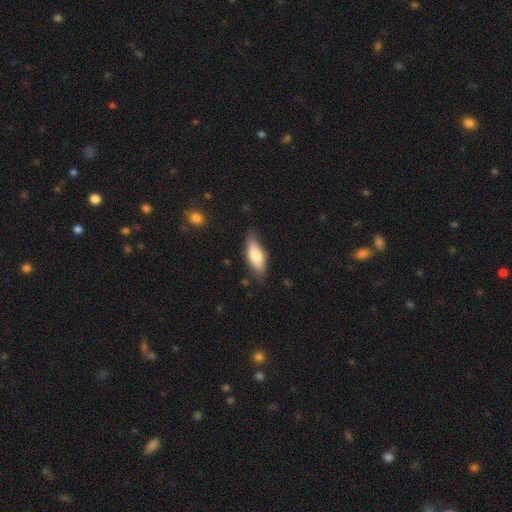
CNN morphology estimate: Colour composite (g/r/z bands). It shows a smooth galaxy with no disk features (73%) that is in between round and cigar-shaped (76%). Merging: none (75%).